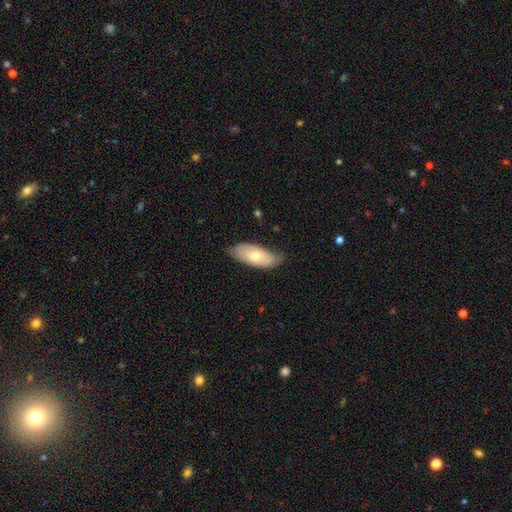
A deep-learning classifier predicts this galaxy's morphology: The model was most divided on "smooth or featured": smooth: 64%, featured or disk: 30%, star or artifact: 6%. More confident: how rounded — in between (87%); merging — none (71%).